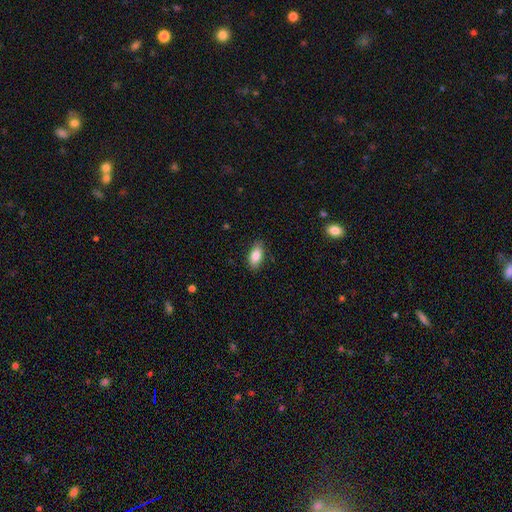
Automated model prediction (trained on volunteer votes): smooth 84%, featured or disk 9%, star or artifact 7%. Down the decision tree: how rounded — in between (89%); merging — none (86%).